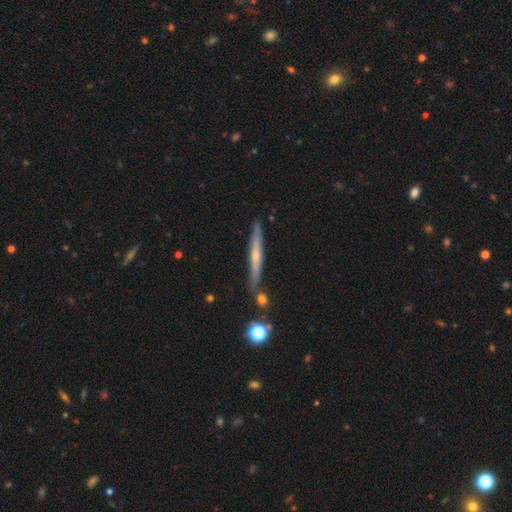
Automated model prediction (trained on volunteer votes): Smooth or featured?
  - featured or disk: 61% *
  - smooth: 32%
  - star or artifact: 7%
Edge-on disk?
  - yes: 94% *
  - no: 6%
Edge-on bulge?
  - rounded: 56% *
  - none: 39%
  - boxy: 4%
Merging?
  - none: 81% *
  - minor disturbance: 11%
  - merger: 6%
  - major disturbance: 2%